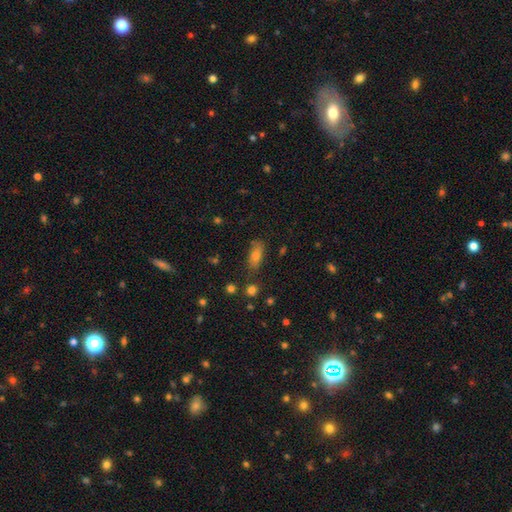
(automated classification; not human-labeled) This appears to be a smooth galaxy with no disk features (67%) that is in between round and cigar-shaped (73%). Merging: none (75%).